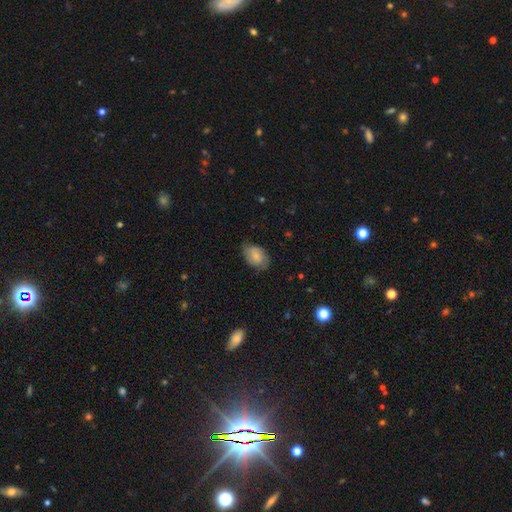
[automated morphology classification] Smooth or featured: smooth — 71% (featured or disk — 22%)
How rounded: in between — 86% (round — 12%)
Merging: none — 73% (minor disturbance — 21%)